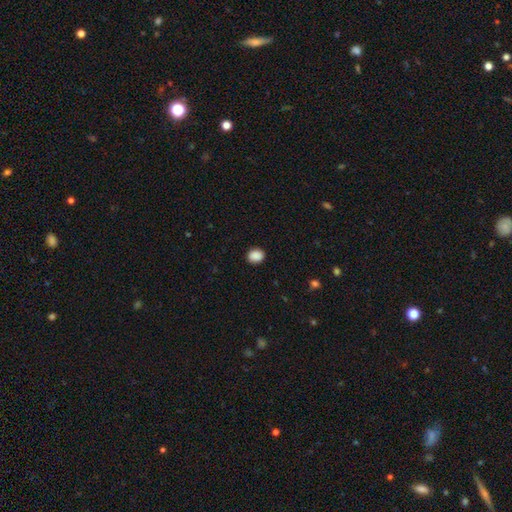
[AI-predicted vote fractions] Q: Smooth or featured?
A: smooth (89%); runner-up: star or artifact (8%)
Q: How rounded?
A: round (56%); runner-up: in between (43%)
Q: Merging?
A: none (89%); runner-up: minor disturbance (8%)